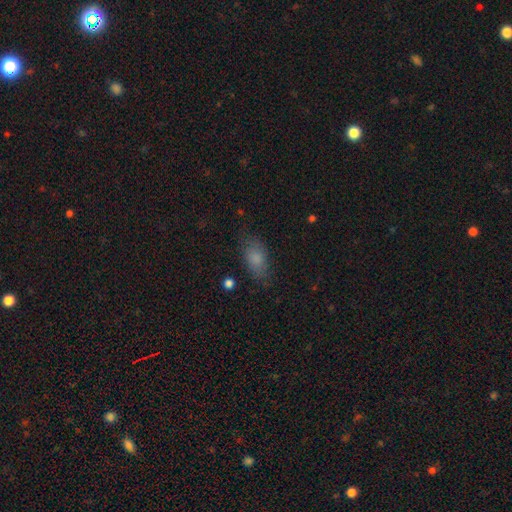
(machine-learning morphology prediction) type=smooth (72%); roundness=in between (84%); merging=none (78%).